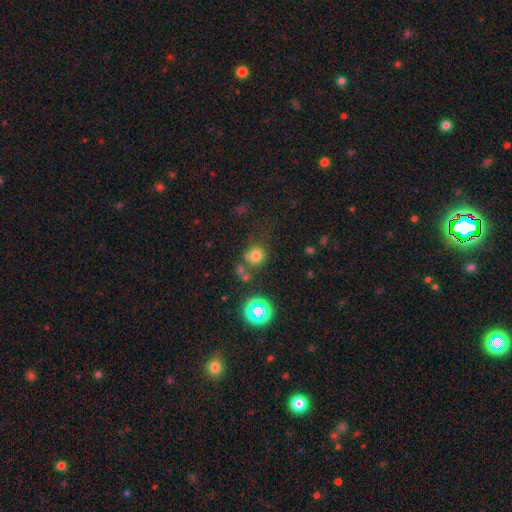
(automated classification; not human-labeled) A smooth galaxy with no disk features (69%) that is round (84%). Merging: none (55%).